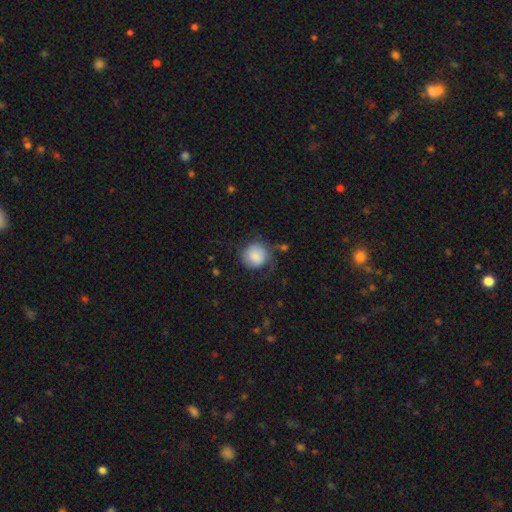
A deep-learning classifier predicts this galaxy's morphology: Smooth or featured?
  - smooth: 80% *
  - featured or disk: 13%
  - star or artifact: 7%
How rounded?
  - round: 88% *
  - in between: 11%
  - cigar-shaped: 1%
Merging?
  - none: 55% *
  - minor disturbance: 25%
  - major disturbance: 18%
  - merger: 3%